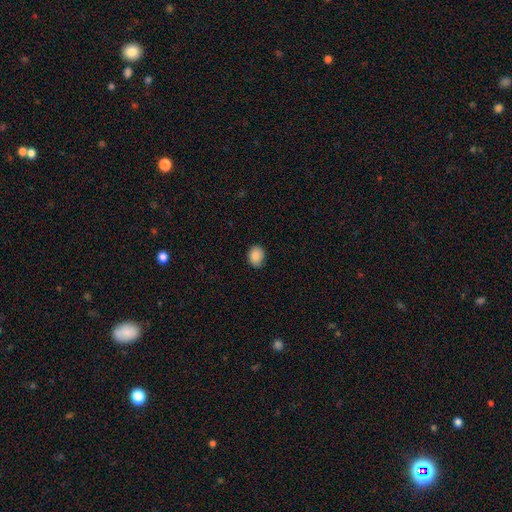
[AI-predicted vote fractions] smooth 88%, star or artifact 8%, featured or disk 4%. Down the decision tree: how rounded — in between (56%); merging — none (85%).